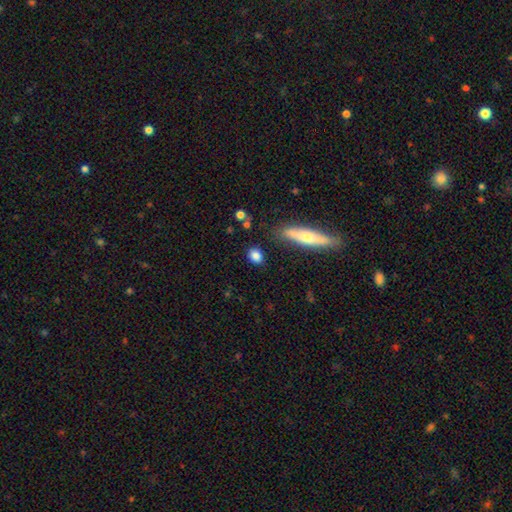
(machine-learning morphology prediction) Smooth or featured: smooth — 83% (featured or disk — 9%)
How rounded: in between — 60% (round — 34%)
Merging: none — 81% (minor disturbance — 12%)